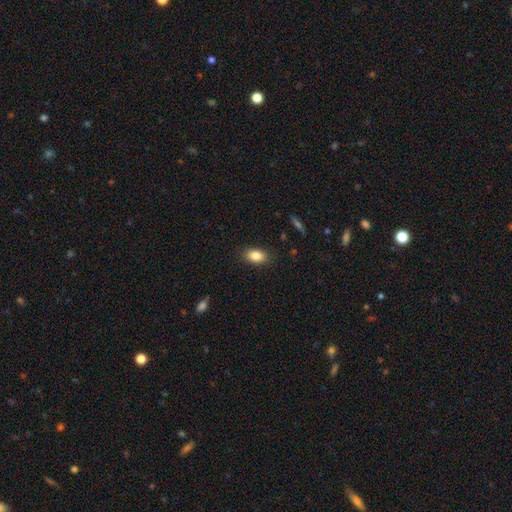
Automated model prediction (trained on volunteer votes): This is clearly a smooth galaxy (85%). How rounded: clearly in between (88%). Merging: clearly none (87%).